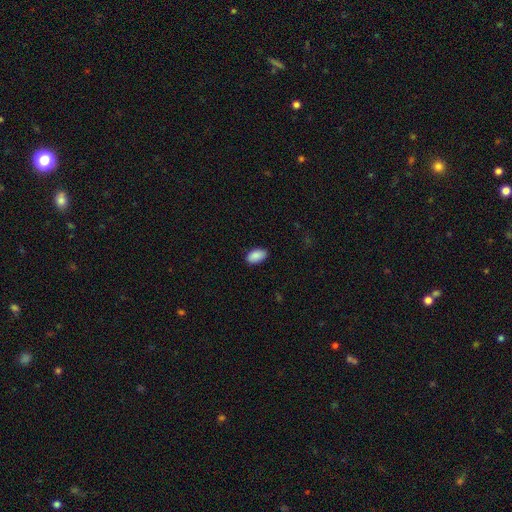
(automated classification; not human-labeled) Smooth or featured? Predicted: smooth (p=0.90). How rounded? Predicted: in between (p=0.94). Merging? Predicted: none (p=0.87).